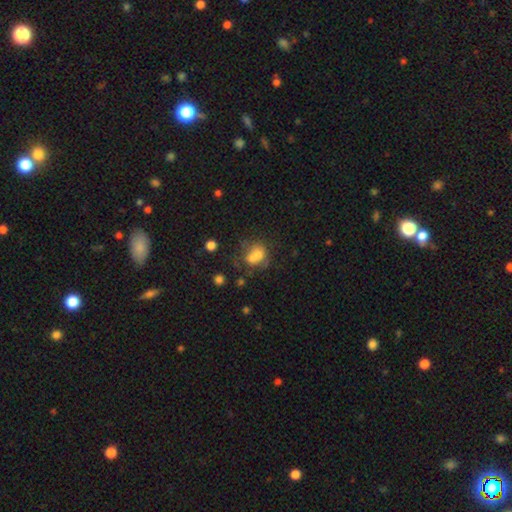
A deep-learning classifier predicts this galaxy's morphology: A smooth galaxy with no disk features (64%) that is round (52%).

Vote fractions:
- Smooth or featured? smooth: 64% / featured or disk: 22% / star or artifact: 13%
- How rounded? round: 52% / in between: 47% / cigar-shaped: 1%
- Merging? merger: 46% / none: 30% / minor disturbance: 14% / major disturbance: 10%